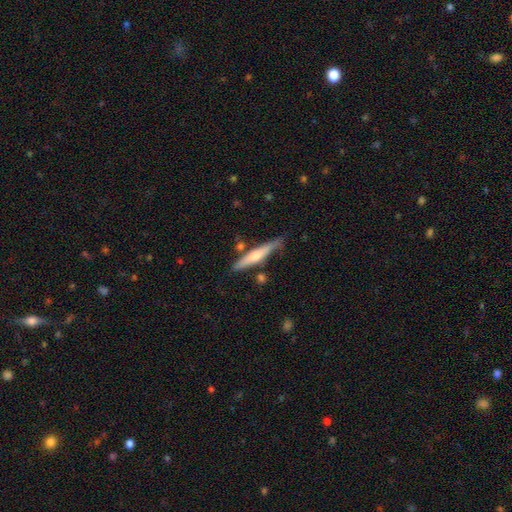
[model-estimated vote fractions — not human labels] Q: Smooth or featured?
A: featured or disk (55%); runner-up: smooth (40%)
Q: Edge-on disk?
A: yes (94%); runner-up: no (6%)
Q: Edge-on bulge?
A: rounded (81%); runner-up: none (13%)
Q: Merging?
A: none (78%); runner-up: minor disturbance (14%)